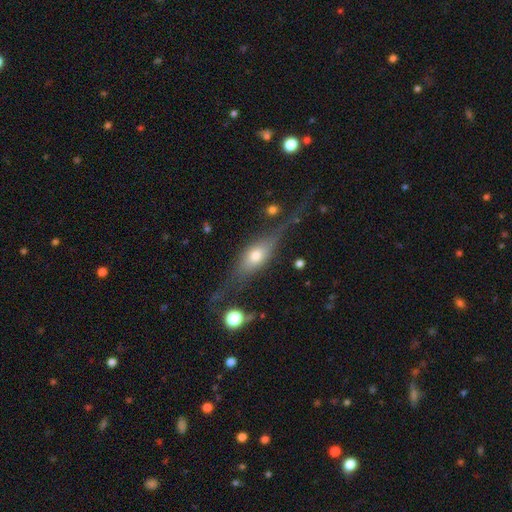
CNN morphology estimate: smooth_or_featured: featured or disk (p=0.58) [alt: smooth p=0.34]
disk_edge_on: yes (p=0.83) [alt: no p=0.17]
merging: none (p=0.60) [alt: minor disturbance p=0.19]